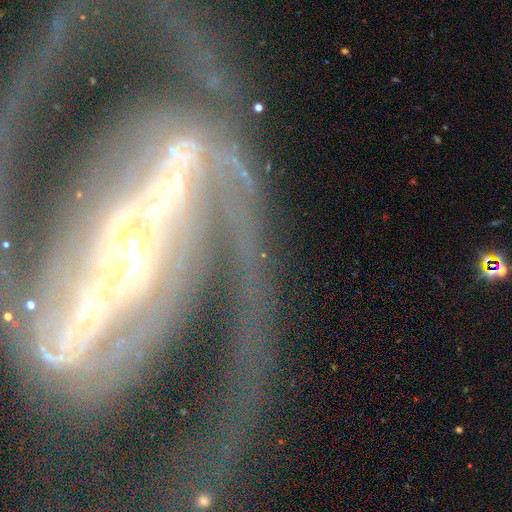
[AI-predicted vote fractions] Smooth or featured: featured or disk — 86% (star or artifact — 8%)
Edge-on disk: no — 90% (yes — 10%)
Bar: strong — 50% (weak — 27%)
Spiral arms: yes — 88% (no — 12%)
Spiral winding: medium — 40% (loose — 31%)
Spiral arm count: 2 — 55% (can't tell — 16%)
Bulge size: moderate — 49% (small — 38%)
Merging: none — 42% (major disturbance — 33%)